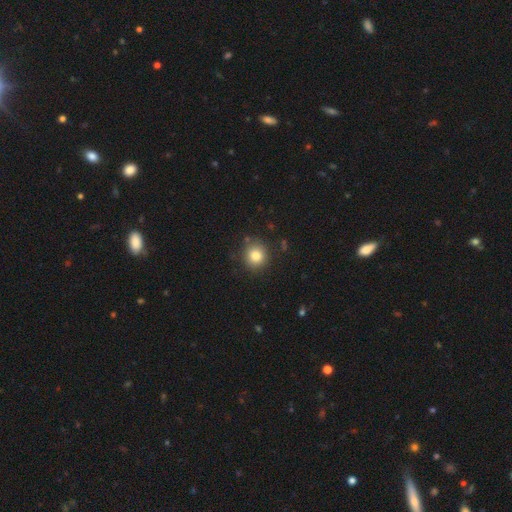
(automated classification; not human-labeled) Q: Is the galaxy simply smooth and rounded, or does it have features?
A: smooth — 82%.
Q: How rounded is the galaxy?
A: round — 87%.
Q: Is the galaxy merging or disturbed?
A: none — 86%.